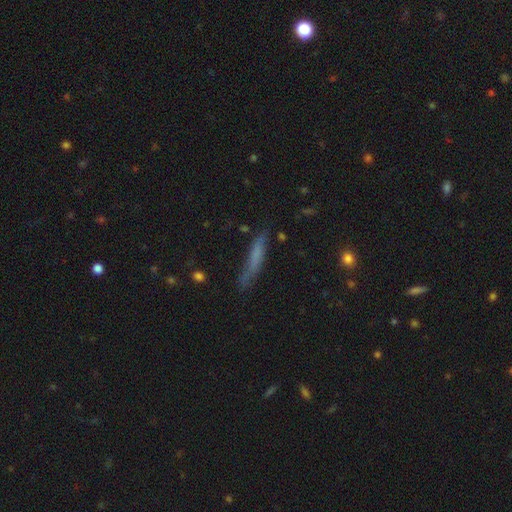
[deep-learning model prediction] Overall: smooth (60%; featured or disk 29%). How rounded: cigar-shaped (88%). Merging: none (61%; minor disturbance 26%).